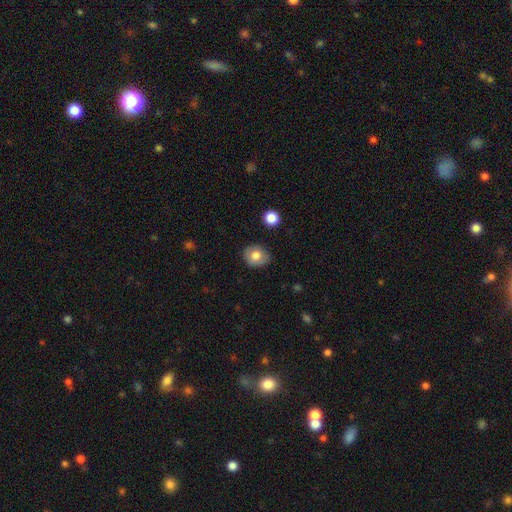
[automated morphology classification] Q: Smooth or featured?
A: smooth (77%); runner-up: featured or disk (15%)
Q: How rounded?
A: round (62%); runner-up: in between (37%)
Q: Merging?
A: none (82%); runner-up: minor disturbance (14%)